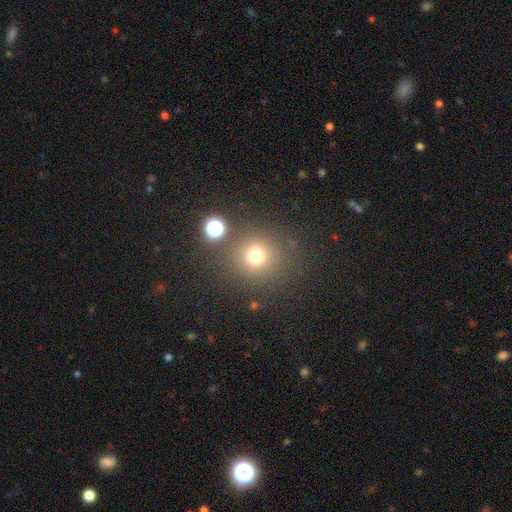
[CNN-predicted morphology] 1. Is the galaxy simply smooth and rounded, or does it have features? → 73% smooth, 19% star or artifact, 8% featured or disk.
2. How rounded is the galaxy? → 91% round, 8% in between, 1% cigar-shaped.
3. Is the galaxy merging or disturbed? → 81% none, 8% minor disturbance, 6% merger, 5% major disturbance.